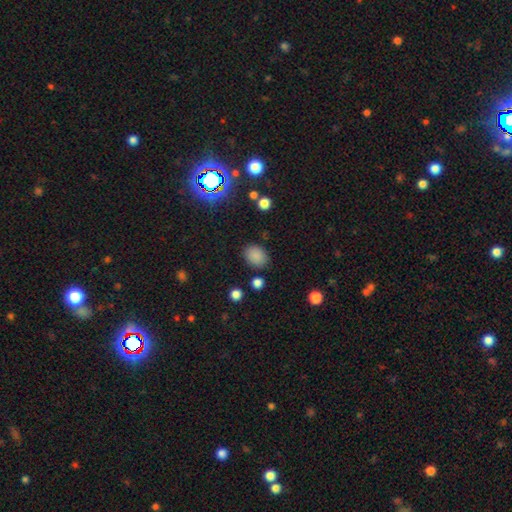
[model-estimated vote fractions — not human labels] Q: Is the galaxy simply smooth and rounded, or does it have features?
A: smooth — 83%.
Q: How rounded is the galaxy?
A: in between — 66%.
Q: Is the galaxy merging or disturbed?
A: none — 82%.